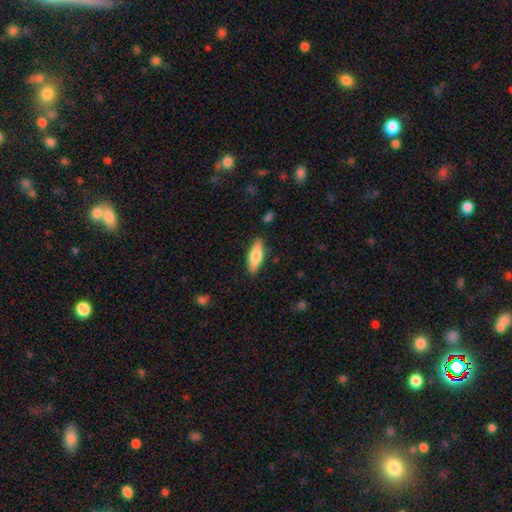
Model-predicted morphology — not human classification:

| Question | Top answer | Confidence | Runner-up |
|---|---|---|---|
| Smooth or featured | smooth | 70% | featured or disk (24%) |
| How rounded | in between | 57% | cigar-shaped (41%) |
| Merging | none | 85% | minor disturbance (11%) |